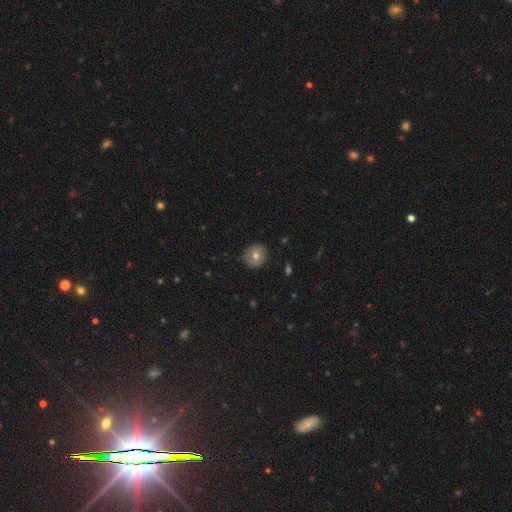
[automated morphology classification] Overall: smooth (62%; featured or disk 29%). How rounded: round (83%). Merging: none (84%).